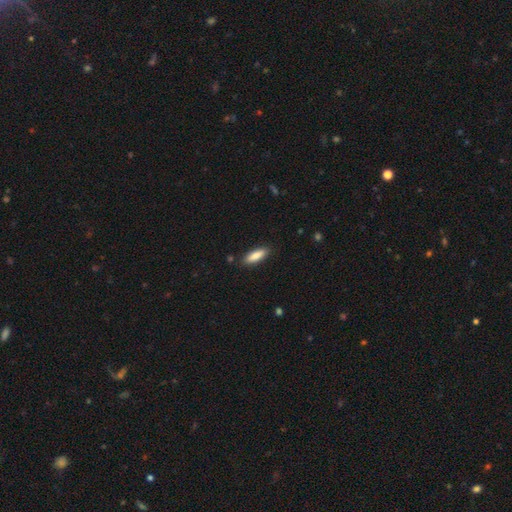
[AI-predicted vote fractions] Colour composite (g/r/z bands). It shows a smooth galaxy with no disk features (84%) that is cigar-shaped (50%). Merging: none (87%).